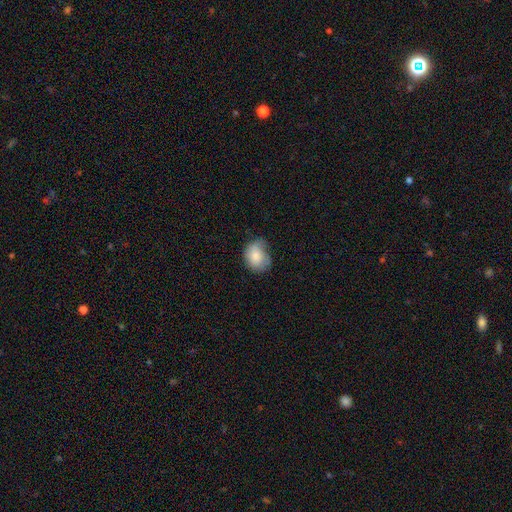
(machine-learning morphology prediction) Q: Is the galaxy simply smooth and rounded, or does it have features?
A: smooth — 78%.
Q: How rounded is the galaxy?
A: round — 50%, tied with in between.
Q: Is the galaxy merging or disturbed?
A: none — 48%.